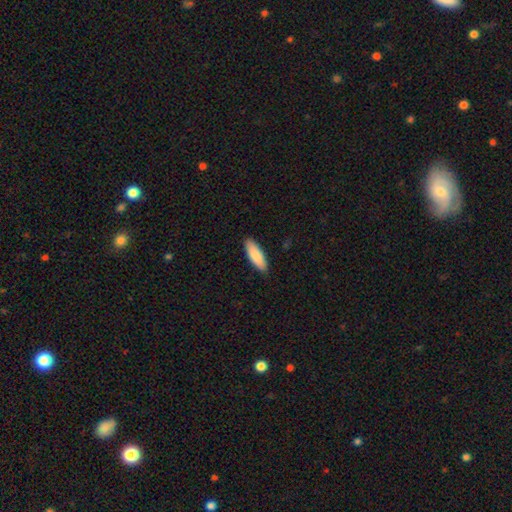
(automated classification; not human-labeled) The model was most divided on "how rounded": in between: 59%, cigar-shaped: 40%, round: 1%. More confident: merging — none (89%); smooth or featured — smooth (87%).